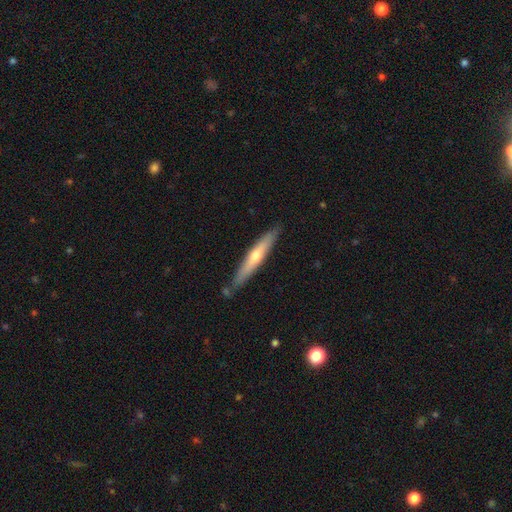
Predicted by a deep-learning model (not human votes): A featured or disk galaxy (55%) viewed edge-on (91%).

Vote fractions:
- Smooth or featured? featured or disk: 55% / smooth: 40% / star or artifact: 6%
- Edge-on disk? yes: 91% / no: 9%
- Merging? none: 84% / minor disturbance: 12% / merger: 3% / major disturbance: 2%